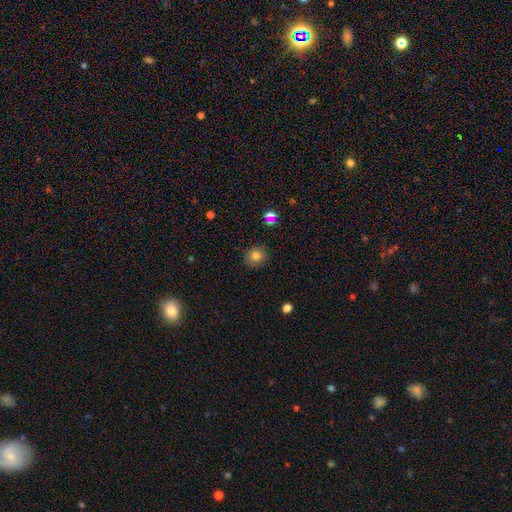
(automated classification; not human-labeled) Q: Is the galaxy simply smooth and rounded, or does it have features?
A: smooth — 78%.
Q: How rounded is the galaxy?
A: round — 85%.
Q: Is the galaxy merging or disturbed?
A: none — 88%.